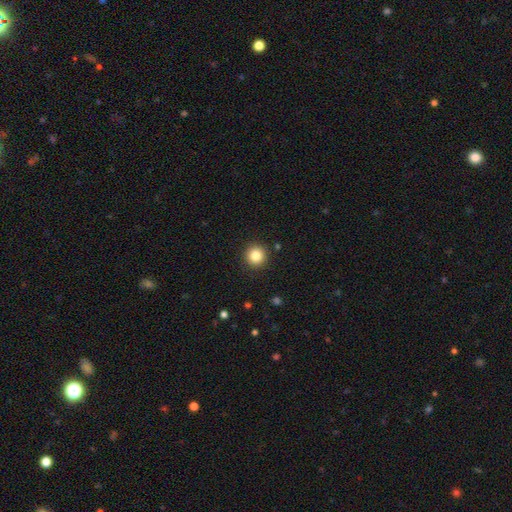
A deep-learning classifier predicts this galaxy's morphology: smooth-or-featured: smooth: 83% | star or artifact: 11% | featured or disk: 6%
  how-rounded: round: 95% | in between: 4% | cigar-shaped: 1%
  merging: none: 91% | minor disturbance: 6% | major disturbance: 2% | merger: 1%